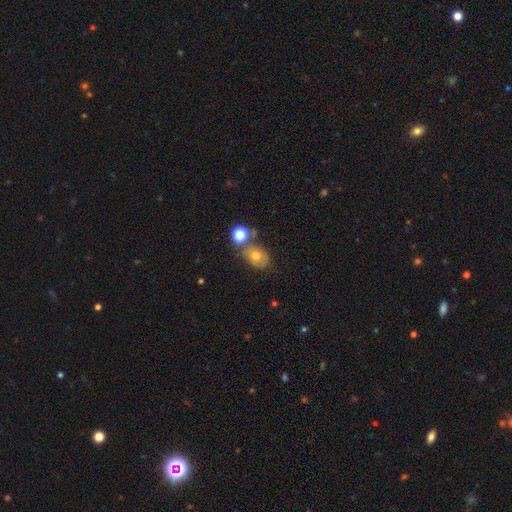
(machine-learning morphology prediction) smooth 65%, featured or disk 21%, star or artifact 14%. Down the decision tree: how rounded — in between (66%); merging — none (58%).